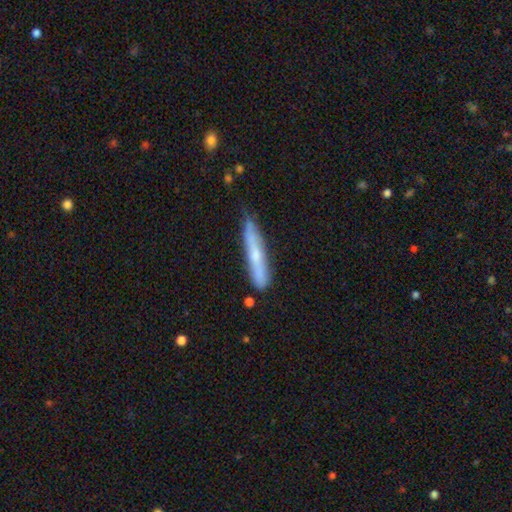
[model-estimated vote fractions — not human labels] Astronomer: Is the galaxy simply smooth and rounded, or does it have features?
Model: smooth — 54% (runner-up: featured or disk, 39%).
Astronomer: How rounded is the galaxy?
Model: cigar-shaped — 93%.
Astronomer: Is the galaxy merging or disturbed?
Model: none — 75%.